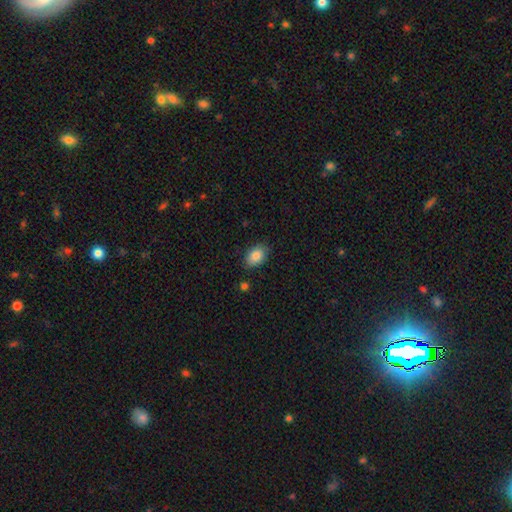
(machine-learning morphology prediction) smooth 85%, star or artifact 8%, featured or disk 7%. Down the decision tree: how rounded — in between (83%); merging — none (83%).